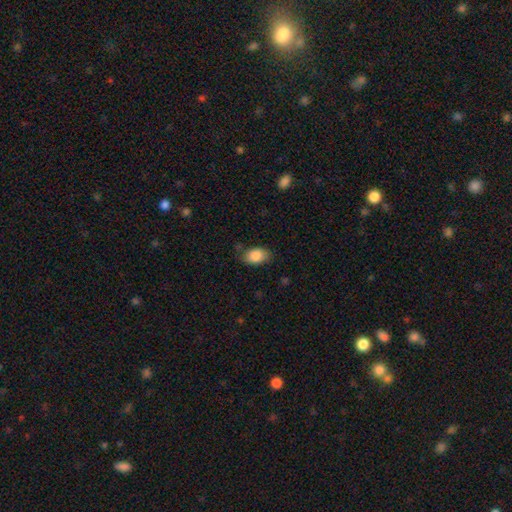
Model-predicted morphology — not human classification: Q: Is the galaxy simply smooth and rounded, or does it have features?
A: smooth — 87%.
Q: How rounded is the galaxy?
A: in between — 84%.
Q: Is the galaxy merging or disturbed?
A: none — 75%.